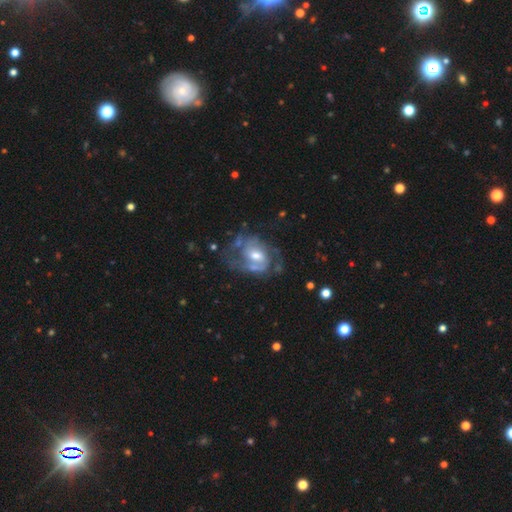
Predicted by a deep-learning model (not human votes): Smooth or featured? Predicted: featured or disk (p=0.79). Edge-on disk? Predicted: no (p=0.97). Bar? Predicted: no (p=0.48). Spiral arms? Predicted: yes (p=0.83). Spiral winding? Predicted: medium (p=0.45). Spiral arm count? Predicted: 2 (p=0.53). Bulge size? Predicted: moderate (p=0.64). Merging? Predicted: none (p=0.47).